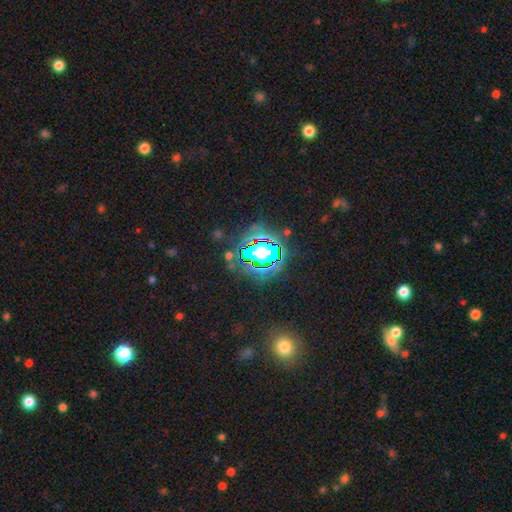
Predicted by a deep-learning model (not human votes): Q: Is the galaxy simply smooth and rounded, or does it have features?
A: star or artifact — 80%.